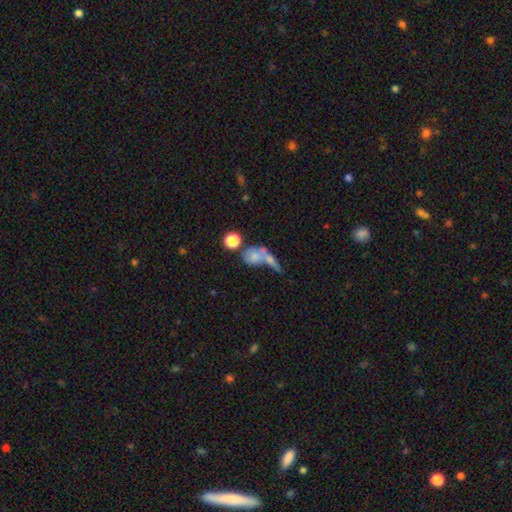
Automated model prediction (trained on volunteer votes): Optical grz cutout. It shows a smooth galaxy with no disk features (65%) that is in between round and cigar-shaped (55%). Merging: merger (54%).